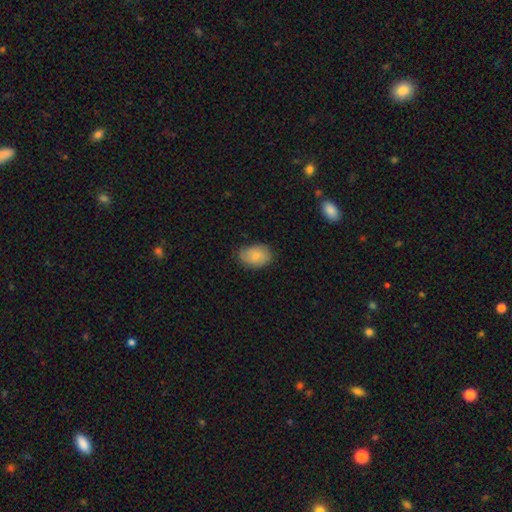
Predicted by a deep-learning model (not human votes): The model was most divided on "merging": none: 72%, minor disturbance: 23%, major disturbance: 4%, merger: 1%. More confident: how rounded — in between (81%); smooth or featured — smooth (72%).